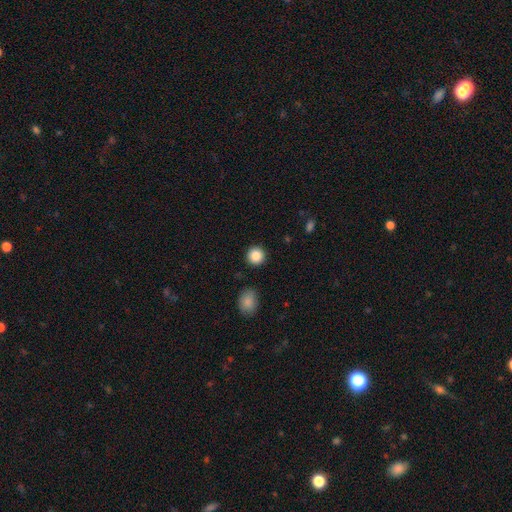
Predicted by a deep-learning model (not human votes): A smooth galaxy with no disk features (86%) that is round (94%).

Vote fractions:
- Smooth or featured? smooth: 86% / star or artifact: 10% / featured or disk: 4%
- How rounded? round: 94% / in between: 5% / cigar-shaped: 1%
- Merging? none: 91% / minor disturbance: 5% / major disturbance: 2% / merger: 2%